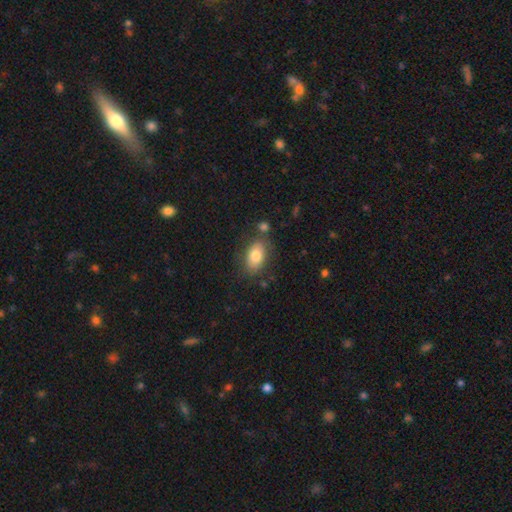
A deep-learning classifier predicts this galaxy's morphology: The model was most divided on "merging": none: 74%, minor disturbance: 15%, merger: 6%, major disturbance: 5%. More confident: how rounded — in between (89%); smooth or featured — smooth (80%).